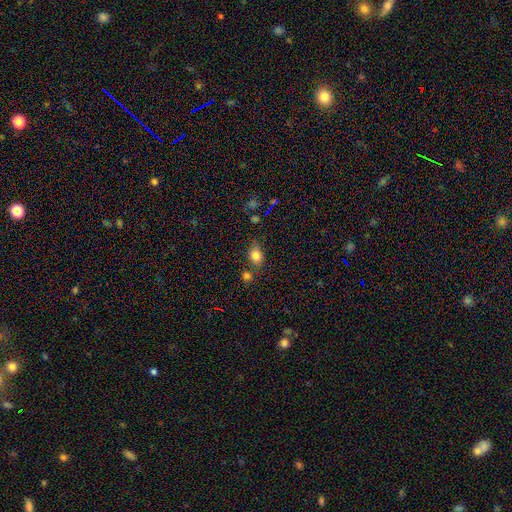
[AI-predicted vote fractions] Morphology: type=smooth (82%); roundness=in between (62%); merging=none (64%).